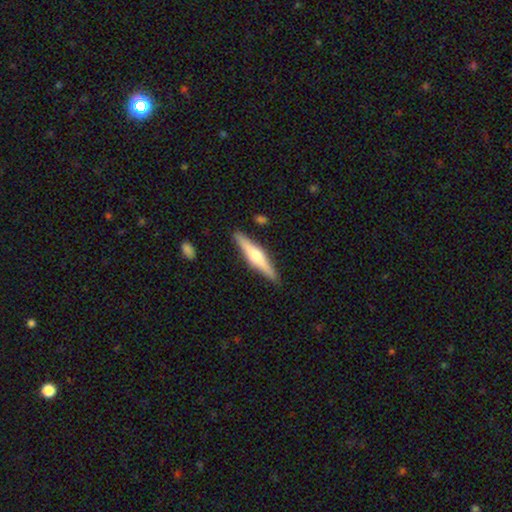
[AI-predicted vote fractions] A featured or disk galaxy (62%) viewed edge-on (97%) with a rounded central bulge (90%). Merging: none (89%).